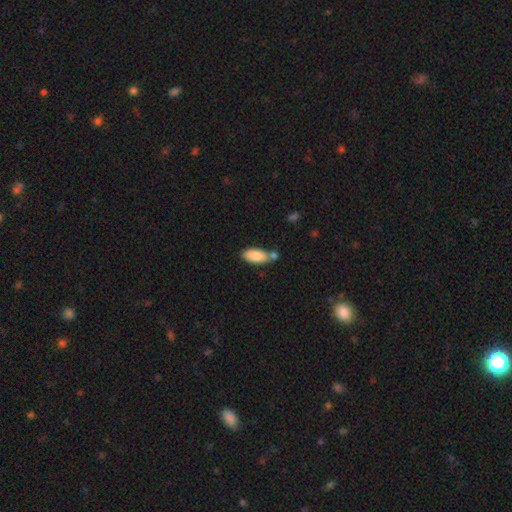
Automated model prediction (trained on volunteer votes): Smooth or featured? smooth (85%)
How rounded? in between (87%)
Merging? none (52%)